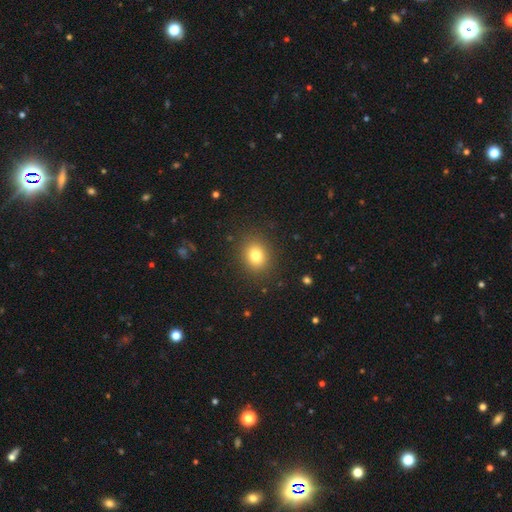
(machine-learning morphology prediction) A smooth galaxy with no disk features (79%) that is round (66%). Merging: none (88%).